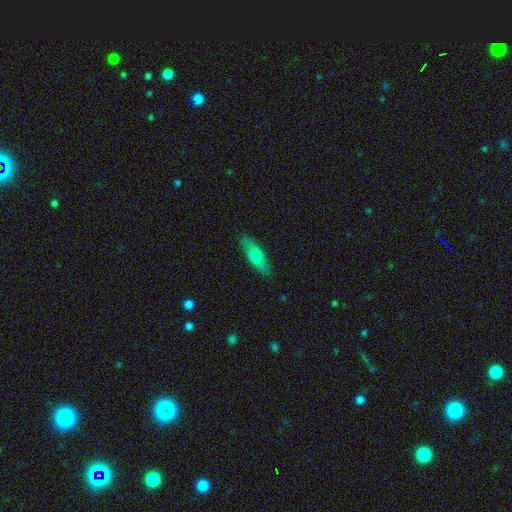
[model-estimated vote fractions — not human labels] This appears to be a smooth galaxy with no disk features (70%) that is in between round and cigar-shaped (52%). Merging: none (87%).